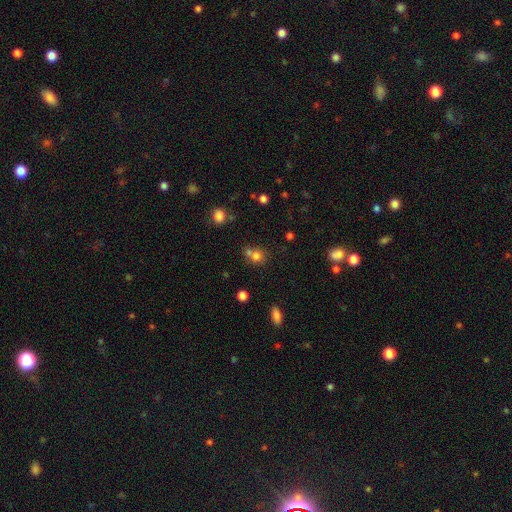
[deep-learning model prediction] smooth-or-featured: smooth: 75% | star or artifact: 15% | featured or disk: 10%
  how-rounded: round: 79% | in between: 20% | cigar-shaped: 1%
  merging: none: 45% | merger: 43% | minor disturbance: 9% | major disturbance: 4%